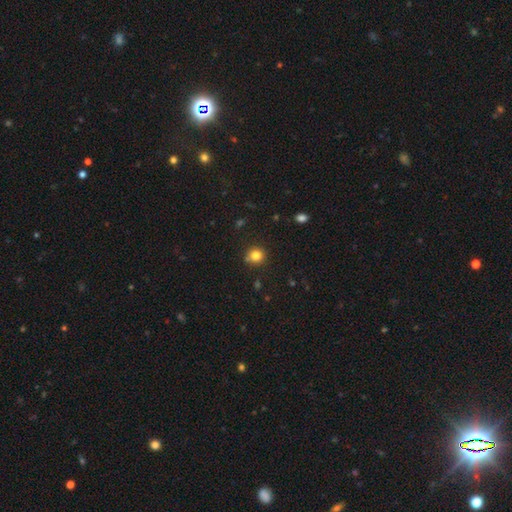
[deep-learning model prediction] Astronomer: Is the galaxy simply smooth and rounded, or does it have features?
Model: smooth — 81%.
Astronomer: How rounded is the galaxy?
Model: round — 89%.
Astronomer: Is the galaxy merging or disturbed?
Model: none — 79%.